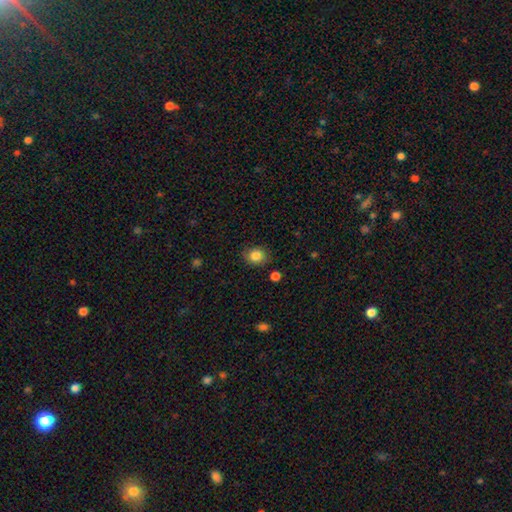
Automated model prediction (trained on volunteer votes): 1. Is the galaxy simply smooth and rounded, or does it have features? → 84% smooth, 10% star or artifact, 6% featured or disk.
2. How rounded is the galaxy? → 61% round, 38% in between, 1% cigar-shaped.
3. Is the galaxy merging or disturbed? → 81% none, 14% minor disturbance, 3% major disturbance, 2% merger.